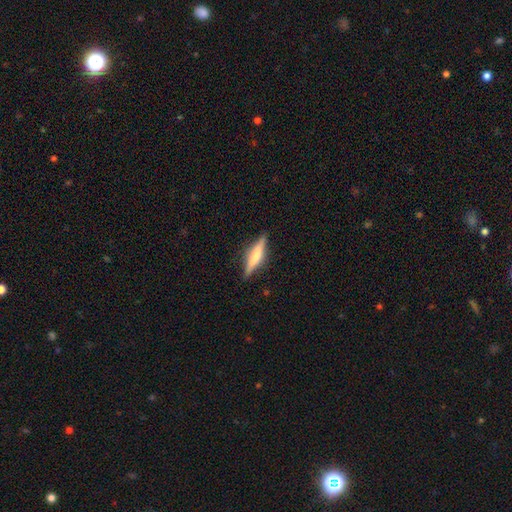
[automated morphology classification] This appears to be a featured or disk galaxy (55%) viewed edge-on (96%) with a rounded central bulge (59%). Merging: none (87%).